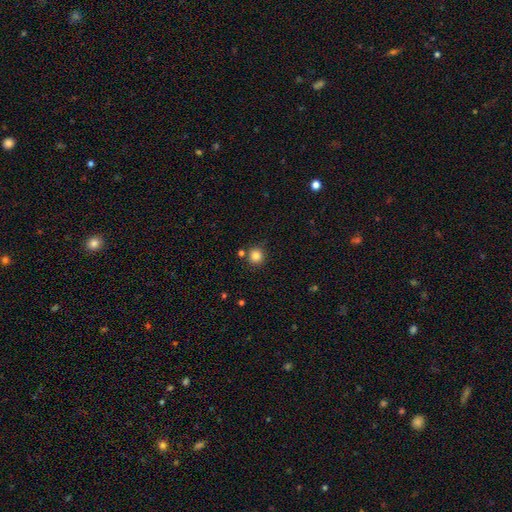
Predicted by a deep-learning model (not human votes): Smooth or featured?
  - smooth: 83% *
  - star or artifact: 12%
  - featured or disk: 5%
How rounded?
  - round: 93% *
  - in between: 6%
  - cigar-shaped: 1%
Merging?
  - none: 82% *
  - minor disturbance: 8%
  - merger: 7%
  - major disturbance: 2%